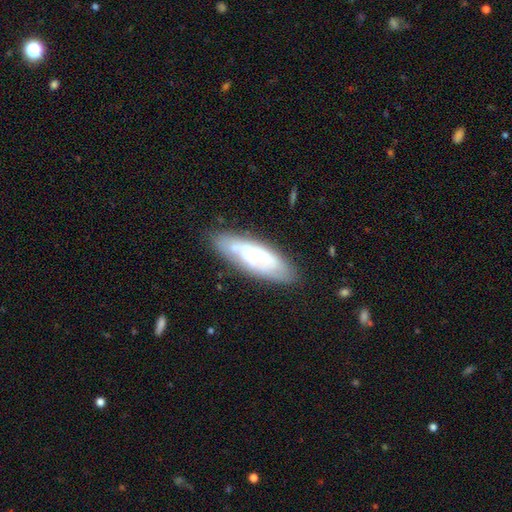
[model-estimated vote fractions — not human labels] Q: Smooth or featured?
A: featured or disk (60%); runner-up: smooth (33%)
Q: Edge-on disk?
A: no (80%); runner-up: yes (20%)
Q: Merging?
A: none (73%); runner-up: minor disturbance (18%)